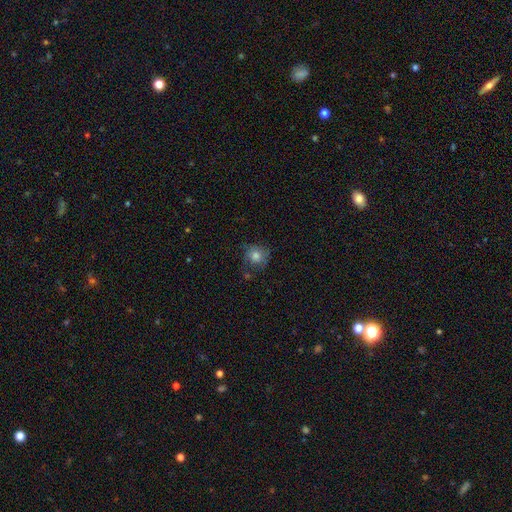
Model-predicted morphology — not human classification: Q: Smooth or featured?
A: smooth (69%); runner-up: featured or disk (20%)
Q: How rounded?
A: round (83%); runner-up: in between (16%)
Q: Merging?
A: none (60%); runner-up: minor disturbance (24%)